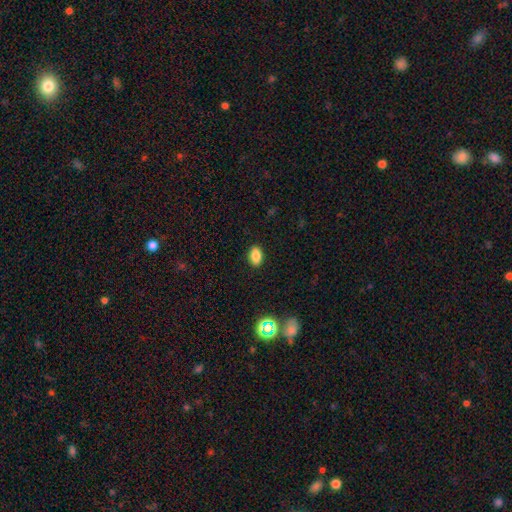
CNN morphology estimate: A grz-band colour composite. It shows a smooth galaxy with no disk features (84%) that is in between round and cigar-shaped (88%). Merging: none (89%).